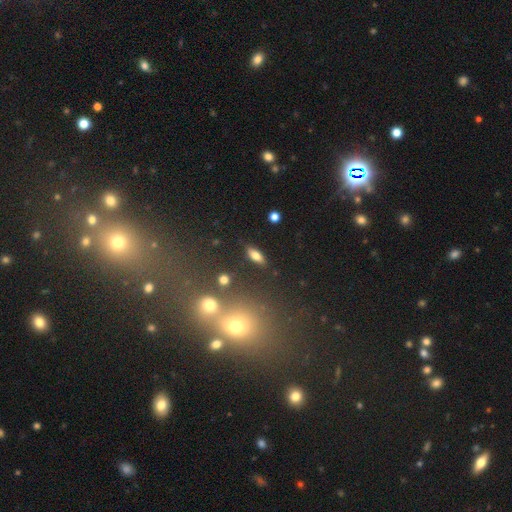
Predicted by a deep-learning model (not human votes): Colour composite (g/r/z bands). It shows a smooth galaxy with no disk features (69%) that is in between round and cigar-shaped (74%). Merging: none (84%).